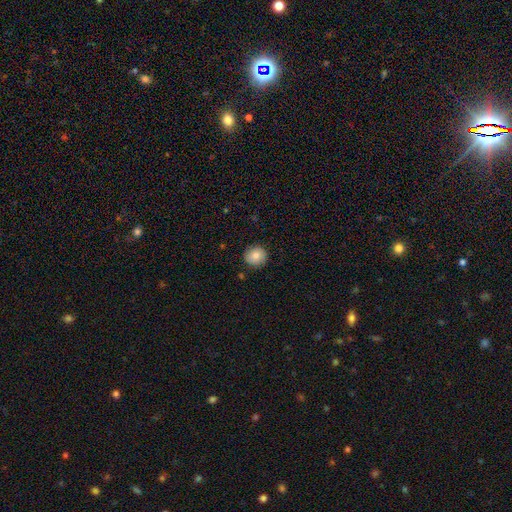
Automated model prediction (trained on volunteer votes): smooth_or_featured: smooth (p=0.83) [alt: featured or disk p=0.09]
how_rounded: round (p=0.88) [alt: in between p=0.11]
merging: none (p=0.88) [alt: minor disturbance p=0.09]